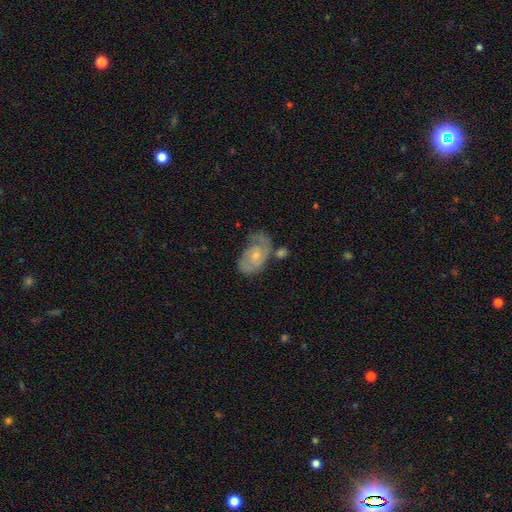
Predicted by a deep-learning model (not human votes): featured or disk 70%, smooth 23%, star or artifact 6%. Down the decision tree: edge-on disk — no (96%); bar — no (69%); spiral arms — yes (86%); spiral arm count — 2 (49%); spiral winding — tight (45%); bulge size — small (63%); merging — none (43%).